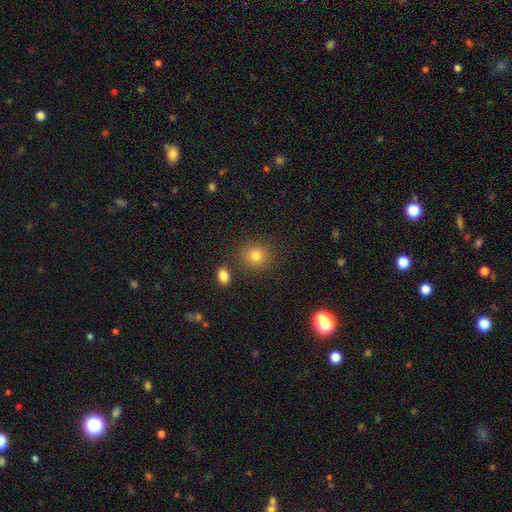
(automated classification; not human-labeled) smooth-or-featured: smooth: 80% | star or artifact: 13% | featured or disk: 8%
  how-rounded: round: 80% | in between: 19% | cigar-shaped: 1%
  merging: none: 84% | minor disturbance: 8% | merger: 5% | major disturbance: 3%